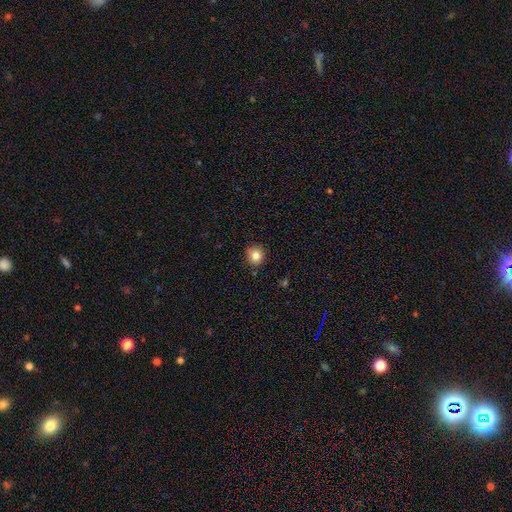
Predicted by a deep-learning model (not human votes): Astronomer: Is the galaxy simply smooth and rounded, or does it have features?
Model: smooth — 83%.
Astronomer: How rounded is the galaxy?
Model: round — 86%.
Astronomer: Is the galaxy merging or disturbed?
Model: none — 88%.